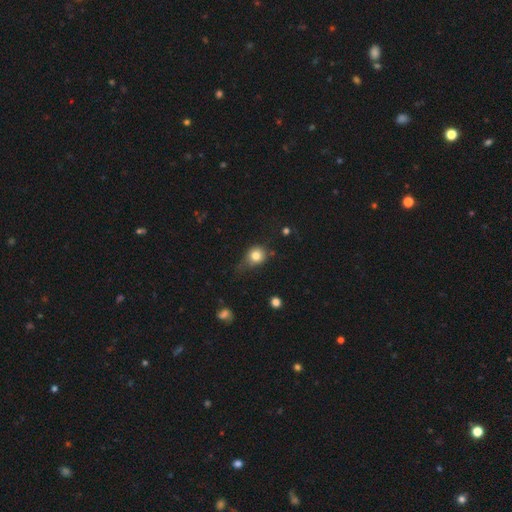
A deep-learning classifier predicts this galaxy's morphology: smooth_or_featured: smooth (p=0.79) [alt: star or artifact p=0.11]
how_rounded: round (p=0.79) [alt: in between p=0.20]
merging: none (p=0.48) [alt: minor disturbance p=0.34]